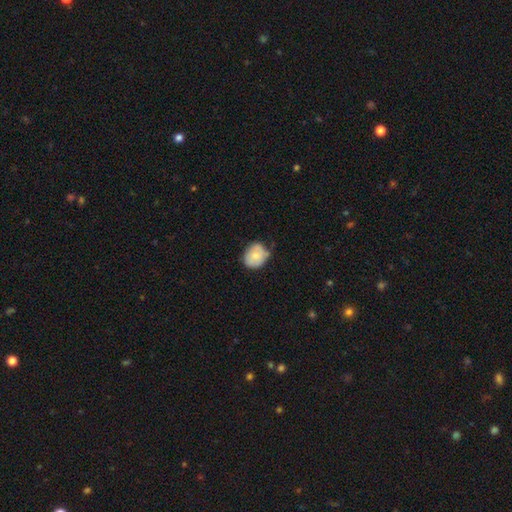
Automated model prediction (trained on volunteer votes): Smooth or featured?
  - smooth: 73% *
  - featured or disk: 20%
  - star or artifact: 8%
How rounded?
  - round: 63% *
  - in between: 36%
  - cigar-shaped: 1%
Merging?
  - none: 53% *
  - minor disturbance: 36%
  - major disturbance: 6%
  - merger: 4%